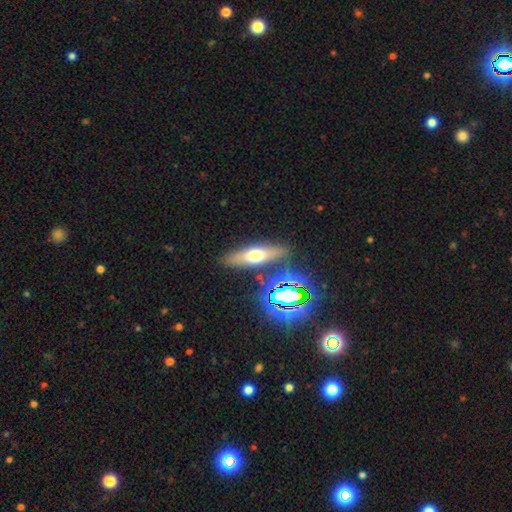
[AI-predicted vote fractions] Smooth or featured? Predicted: smooth (p=0.48). Merging? Predicted: none (p=0.84).